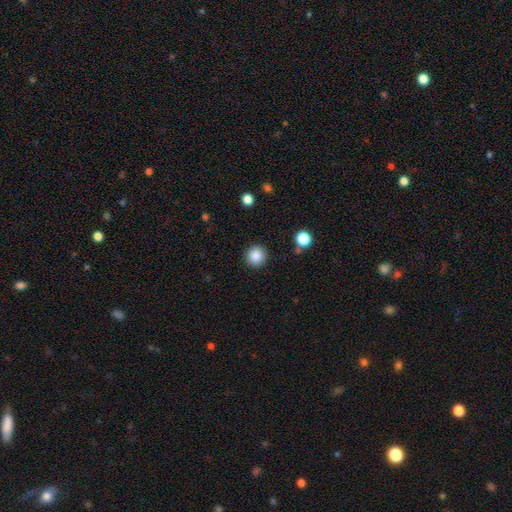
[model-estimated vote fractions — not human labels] Smooth or featured: smooth — 86% (star or artifact — 10%)
How rounded: round — 95% (in between — 4%)
Merging: none — 91% (minor disturbance — 6%)